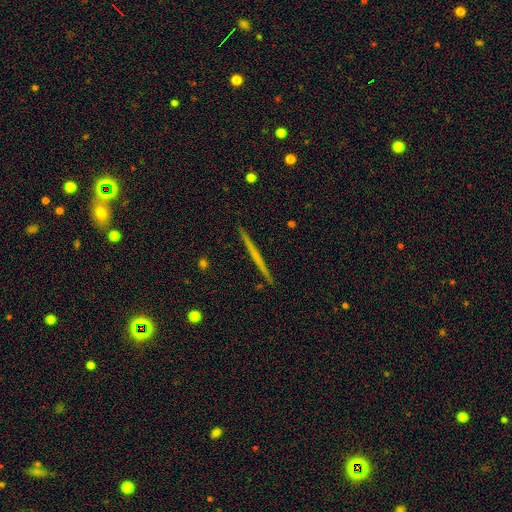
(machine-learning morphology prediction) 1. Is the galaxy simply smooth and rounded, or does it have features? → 58% featured or disk, 36% smooth, 6% star or artifact.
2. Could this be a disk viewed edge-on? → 98% yes, 2% no.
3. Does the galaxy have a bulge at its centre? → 90% none, 7% rounded, 3% boxy.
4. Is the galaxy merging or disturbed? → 93% none, 5% minor disturbance, 1% major disturbance, 1% merger.